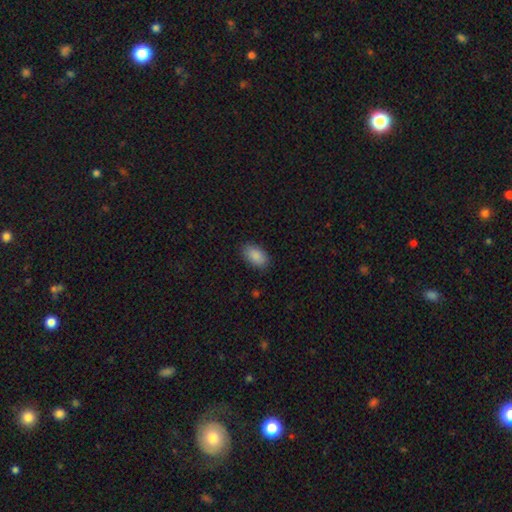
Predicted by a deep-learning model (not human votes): Smooth or featured? smooth (88%)
How rounded? in between (93%)
Merging? none (87%)